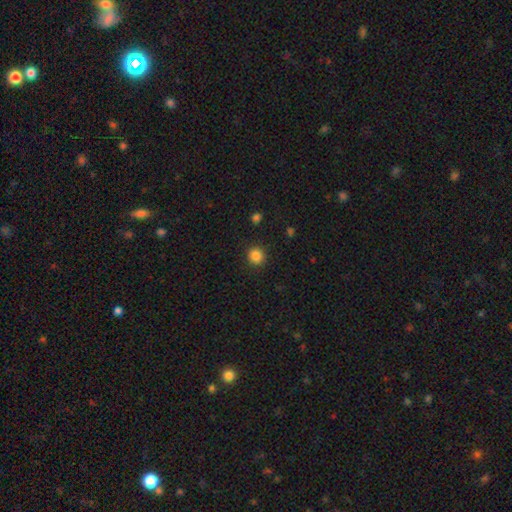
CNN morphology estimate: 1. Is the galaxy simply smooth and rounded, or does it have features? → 85% smooth, 11% star or artifact, 3% featured or disk.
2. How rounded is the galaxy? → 90% round, 9% in between, 1% cigar-shaped.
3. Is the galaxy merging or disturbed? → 91% none, 6% minor disturbance, 2% major disturbance, 1% merger.